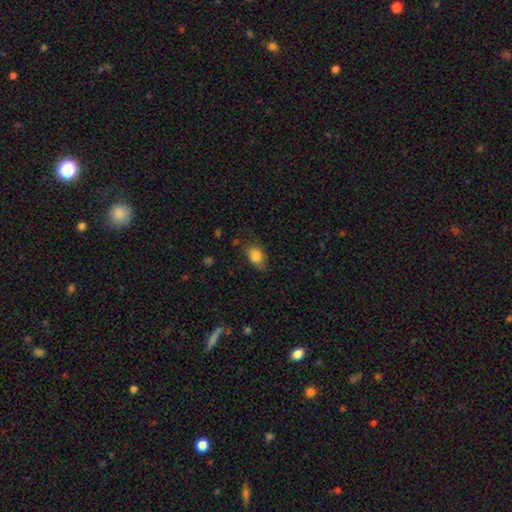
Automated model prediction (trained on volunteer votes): This appears to be a smooth galaxy with no disk features (84%) that is in between round and cigar-shaped (80%). Merging: none (66%).